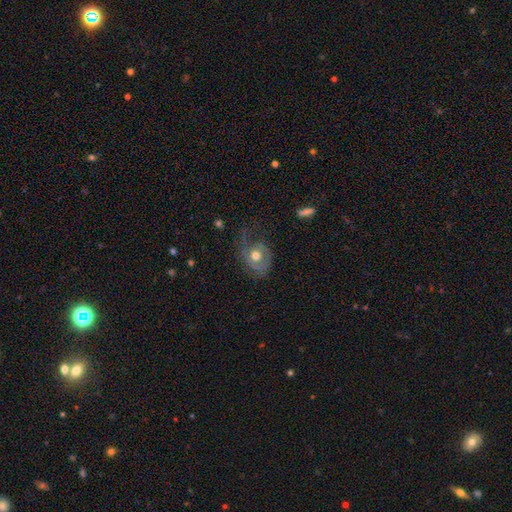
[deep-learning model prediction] This is likely a featured or disk galaxy (61%). It is clearly not viewed edge-on (96%). Bar: clearly no (80%). Spiral arm pattern: likely yes (68%). Central bulge: likely moderate (76%). Merging: marginally none (39%).